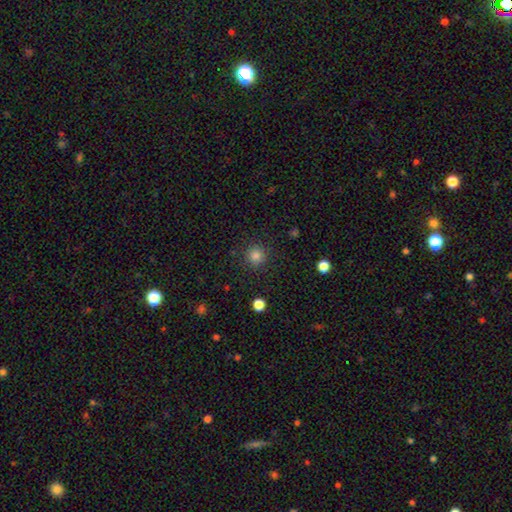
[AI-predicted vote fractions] smooth-or-featured: smooth: 83% | star or artifact: 13% | featured or disk: 4%
  how-rounded: round: 95% | in between: 4% | cigar-shaped: 1%
  merging: none: 90% | minor disturbance: 6% | major disturbance: 2% | merger: 1%